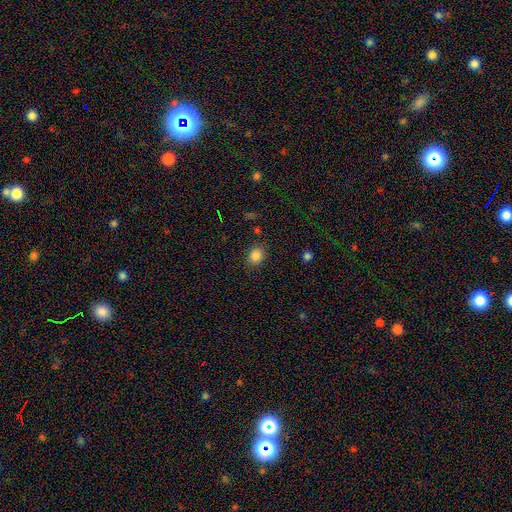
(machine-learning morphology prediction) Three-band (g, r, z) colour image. It shows a smooth galaxy with no disk features (84%) that is round (58%). Merging: none (85%).